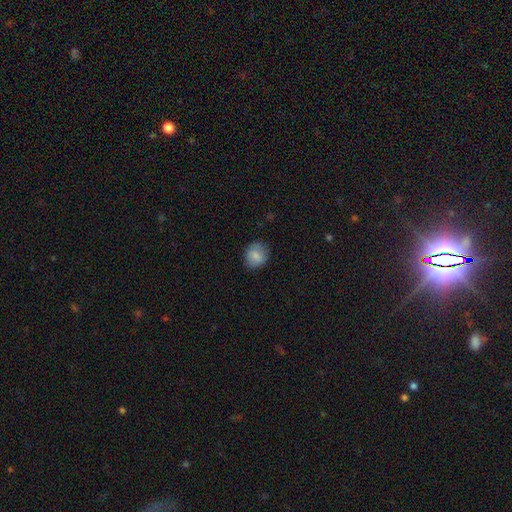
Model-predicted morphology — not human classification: Overall: smooth (83%). How rounded: round (78%). Merging: none (84%).